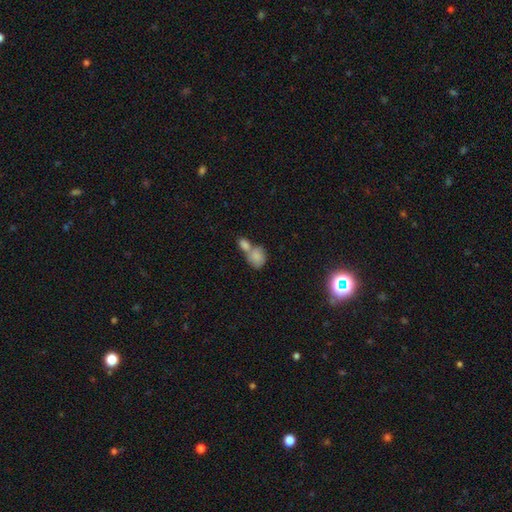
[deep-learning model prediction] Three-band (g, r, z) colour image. It shows a smooth galaxy with no disk features (82%) that is in between round and cigar-shaped (54%). Merging: merger (66%).